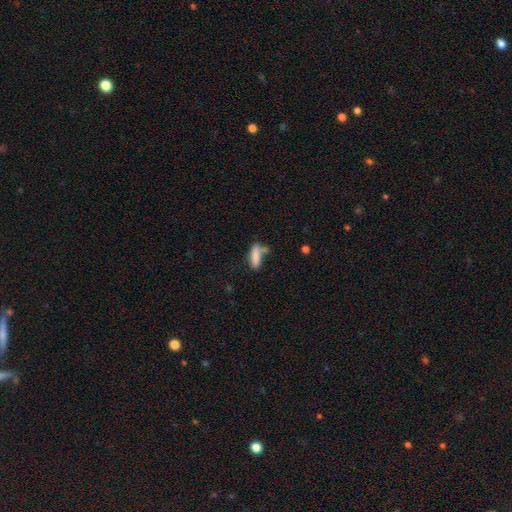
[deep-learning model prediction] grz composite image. It shows a smooth galaxy with no disk features (82%) that is in between round and cigar-shaped (52%). Merging: none (53%).